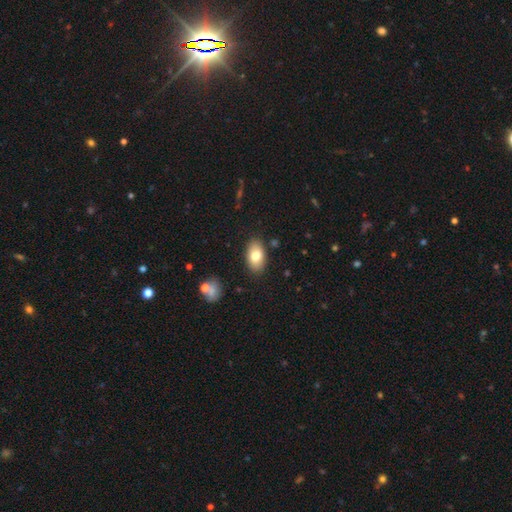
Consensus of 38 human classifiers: Volunteers were most divided on "smooth or featured": smooth: 76%, featured or disk: 16%, star or artifact: 8%. More confident: how rounded — in between (93%); merging — none (80%).